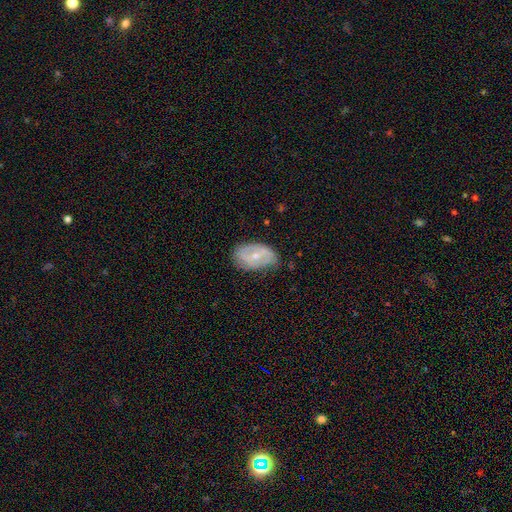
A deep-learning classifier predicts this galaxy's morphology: Smooth or featured? featured or disk (60%)
Edge-on disk? no (93%)
Bar? no (41%)
Spiral arms? yes (55%)
Bulge size? small (56%)
Merging? none (70%)